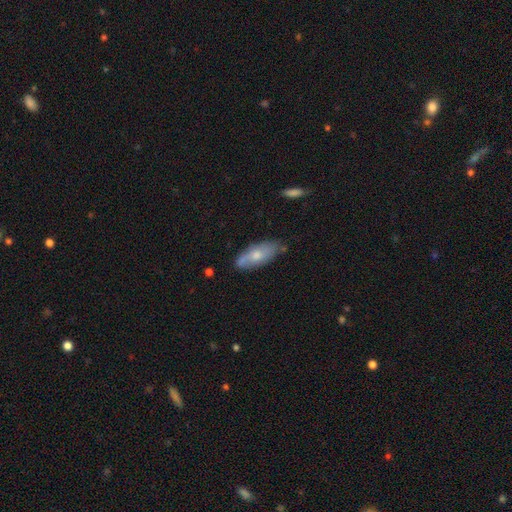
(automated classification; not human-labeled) smooth-or-featured: smooth: 58% | featured or disk: 35% | star or artifact: 6%
  how-rounded: in between: 79% | cigar-shaped: 18% | round: 2%
  merging: none: 66% | minor disturbance: 25% | major disturbance: 5% | merger: 4%